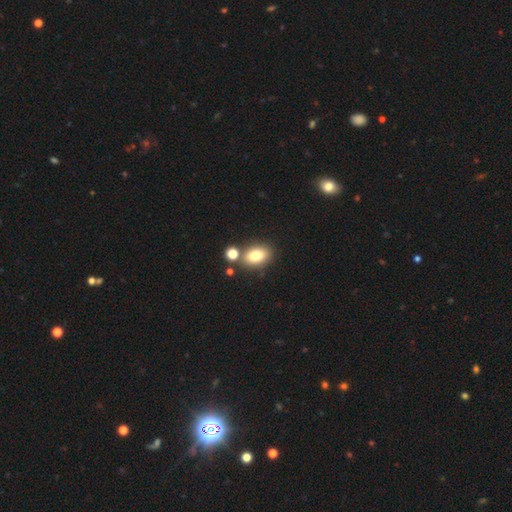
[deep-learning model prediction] Overall: smooth (79%). How rounded: in between (79%). Merging: none (70%).